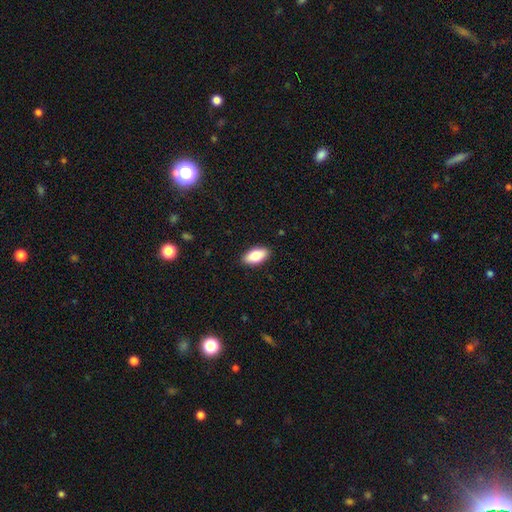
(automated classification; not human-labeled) This is clearly a smooth galaxy (82%). How rounded: clearly in between (91%). Merging: clearly none (89%).